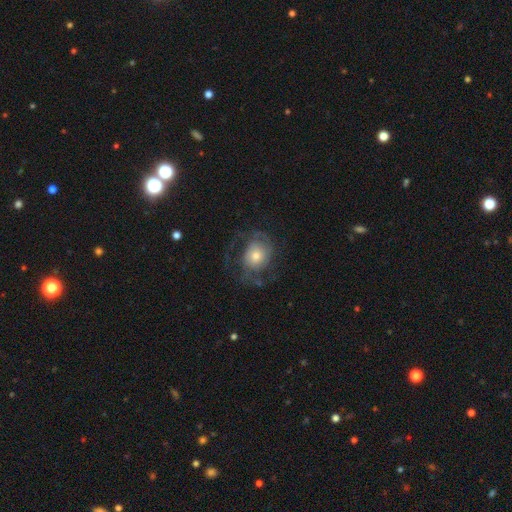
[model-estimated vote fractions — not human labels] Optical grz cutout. It shows a featured or disk galaxy (59%) with no bar (78%), spiral arms (79%) and a moderate central bulge (55%). Merging: none (54%).